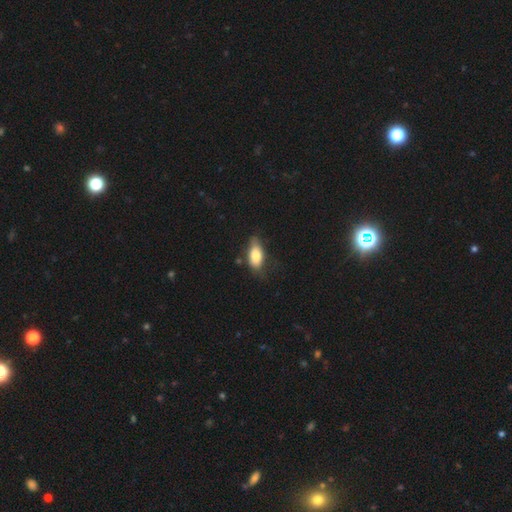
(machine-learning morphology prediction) Overall: smooth (77%). How rounded: in between (88%). Merging: none (61%; minor disturbance 29%).